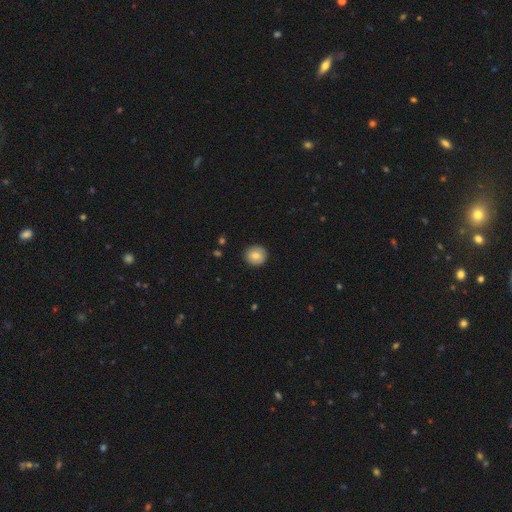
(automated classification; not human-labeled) Smooth or featured? smooth (81%)
How rounded? round (92%)
Merging? none (91%)